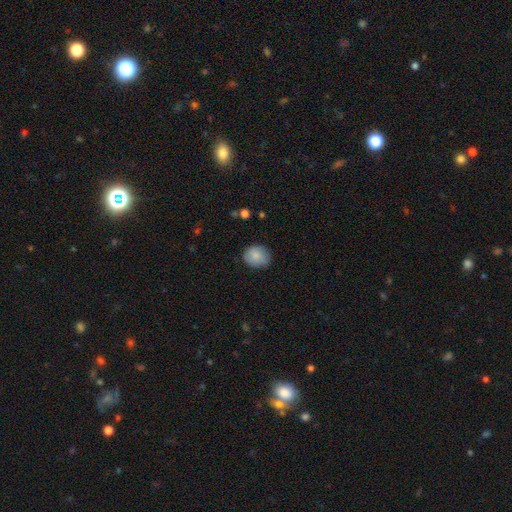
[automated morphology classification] smooth 85%, featured or disk 8%, star or artifact 7%. Down the decision tree: how rounded — round (60%); merging — none (78%).